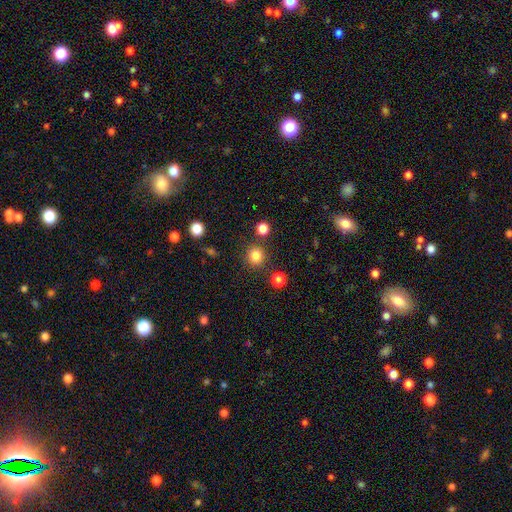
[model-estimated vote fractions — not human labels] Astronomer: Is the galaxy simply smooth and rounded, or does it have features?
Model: smooth — 83%.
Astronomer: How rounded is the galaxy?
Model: round — 93%.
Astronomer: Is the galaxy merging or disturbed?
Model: none — 86%.